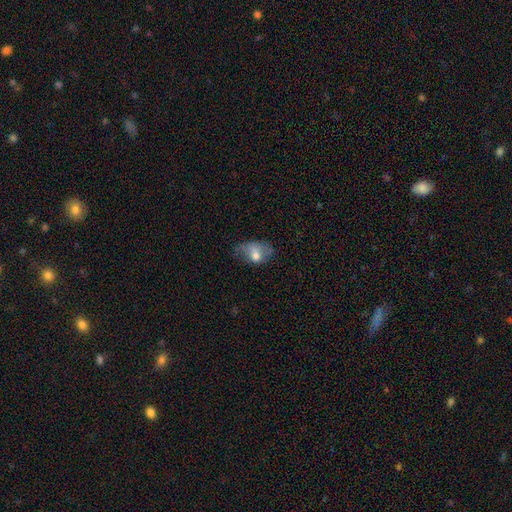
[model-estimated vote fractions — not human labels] This is likely a smooth galaxy (63%). How rounded: likely in between (78%). Merging: marginally none (38%).